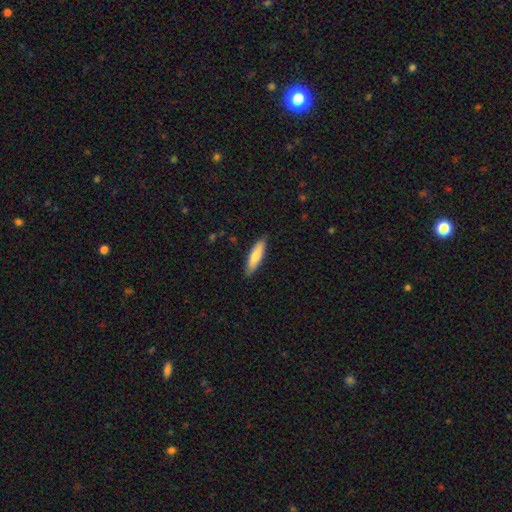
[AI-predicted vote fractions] smooth-or-featured: smooth: 75% | featured or disk: 20% | star or artifact: 5%
  how-rounded: cigar-shaped: 70% | in between: 28% | round: 1%
  merging: none: 86% | minor disturbance: 11% | major disturbance: 2% | merger: 1%